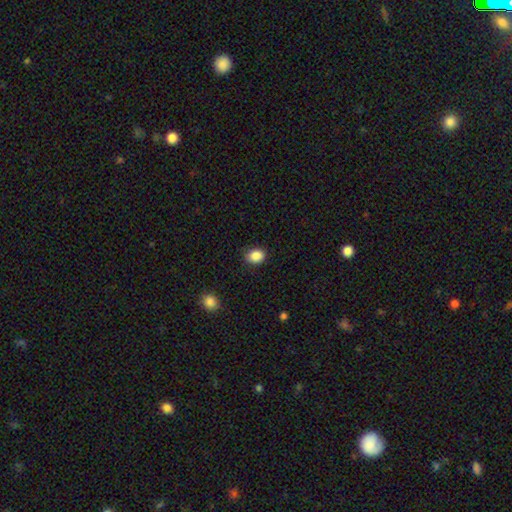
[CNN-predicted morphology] Smooth or featured? Predicted: smooth (p=0.87). How rounded? Predicted: round (p=0.50). Merging? Predicted: none (p=0.84).